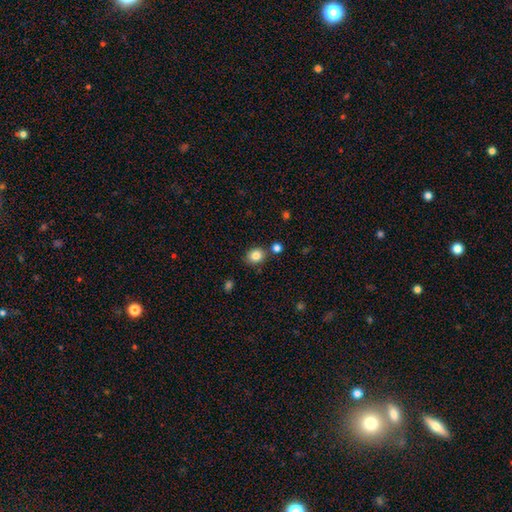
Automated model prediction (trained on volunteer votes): smooth-or-featured: smooth: 84% | star or artifact: 10% | featured or disk: 5%
  how-rounded: round: 67% | in between: 33% | cigar-shaped: 1%
  merging: none: 79% | minor disturbance: 11% | merger: 8% | major disturbance: 3%